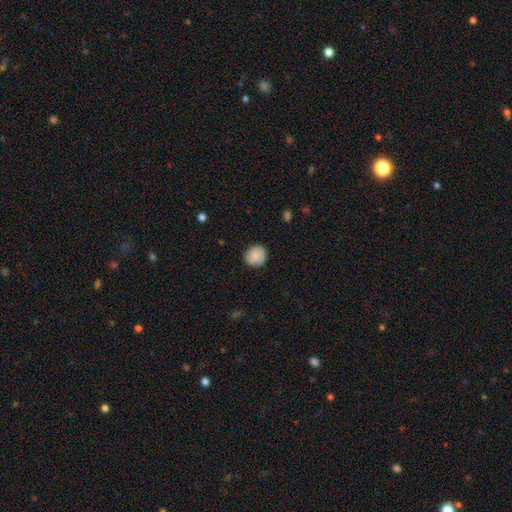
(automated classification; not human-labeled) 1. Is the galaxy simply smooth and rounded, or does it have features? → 81% smooth, 11% featured or disk, 7% star or artifact.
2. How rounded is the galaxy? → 83% round, 17% in between, 1% cigar-shaped.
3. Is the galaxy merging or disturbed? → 85% none, 12% minor disturbance, 3% major disturbance, 1% merger.